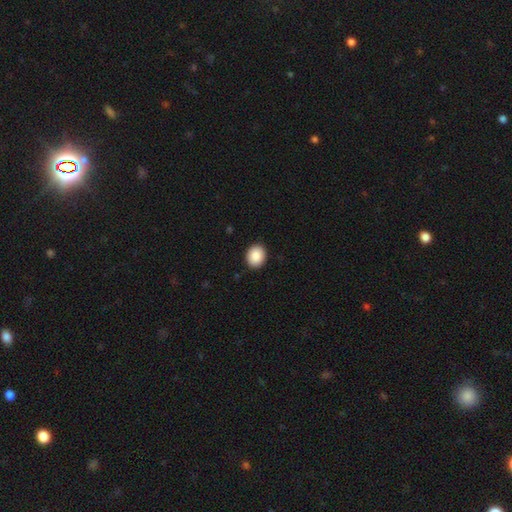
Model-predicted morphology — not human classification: smooth-or-featured: smooth: 89% | star or artifact: 7% | featured or disk: 4%
  how-rounded: round: 54% | in between: 45% | cigar-shaped: 1%
  merging: none: 91% | minor disturbance: 6% | major disturbance: 2% | merger: 1%